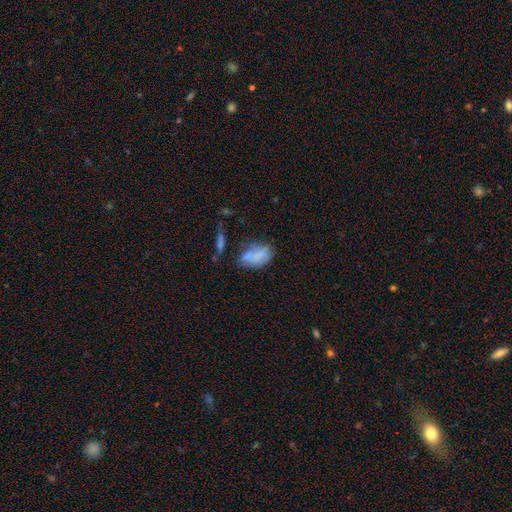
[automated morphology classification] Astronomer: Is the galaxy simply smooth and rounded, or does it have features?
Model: smooth — 67%.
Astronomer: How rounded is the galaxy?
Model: in between — 87%.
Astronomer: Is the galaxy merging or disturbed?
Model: none — 47% (runner-up: minor disturbance, 28%).